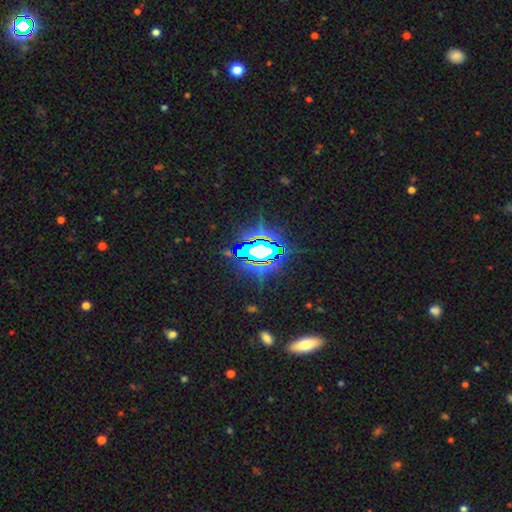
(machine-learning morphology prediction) The model was most divided on "smooth or featured": star or artifact: 79%, smooth: 11%, featured or disk: 10%.